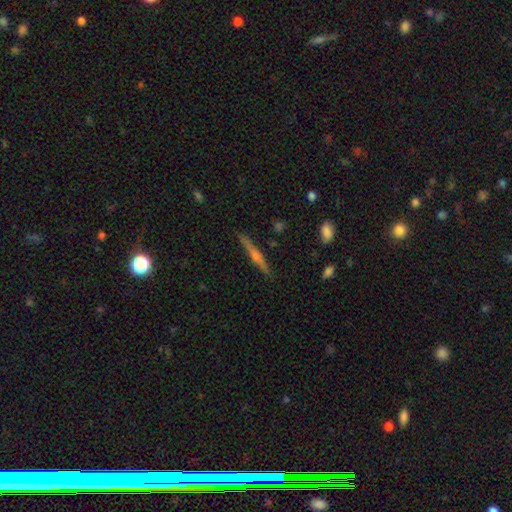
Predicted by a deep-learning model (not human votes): Smooth or featured: featured or disk — 68% (smooth — 25%)
Edge-on disk: yes — 98% (no — 2%)
Edge-on bulge: rounded — 83% (none — 10%)
Merging: none — 89% (minor disturbance — 8%)